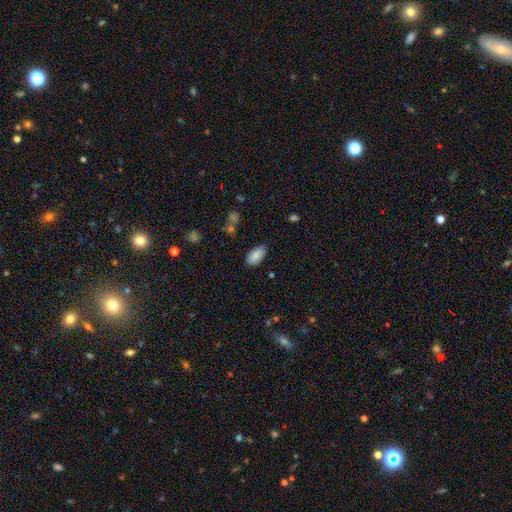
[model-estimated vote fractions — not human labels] A smooth galaxy with no disk features (86%) that is in between round and cigar-shaped (94%). Merging: none (74%).